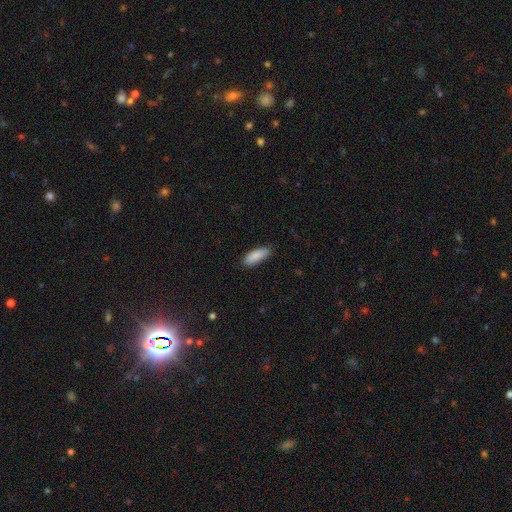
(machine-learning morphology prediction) Smooth or featured? smooth (89%)
How rounded? in between (63%)
Merging? none (87%)